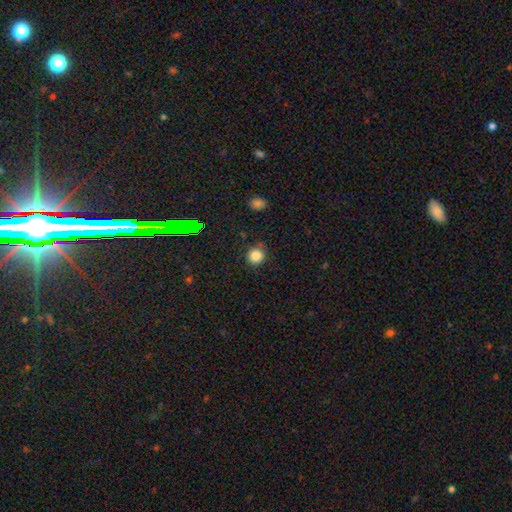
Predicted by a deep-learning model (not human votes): Smooth or featured? Predicted: smooth (p=0.83). How rounded? Predicted: round (p=0.93). Merging? Predicted: none (p=0.86).